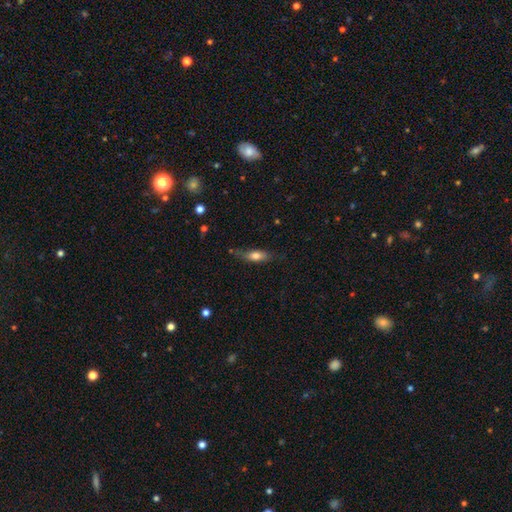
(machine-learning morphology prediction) The model was most divided on "how rounded": in between: 56%, cigar-shaped: 40%, round: 3%. More confident: smooth or featured — smooth (69%); merging — none (65%).